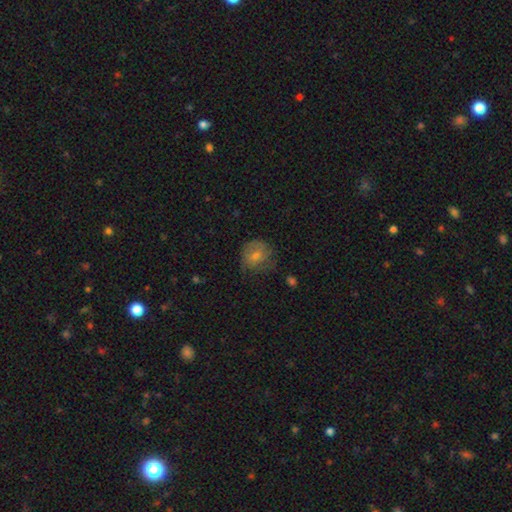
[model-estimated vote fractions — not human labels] Q: Smooth or featured?
A: smooth (50%); runner-up: featured or disk (38%)
Q: How rounded?
A: round (79%); runner-up: in between (20%)
Q: Merging?
A: none (65%); runner-up: minor disturbance (23%)